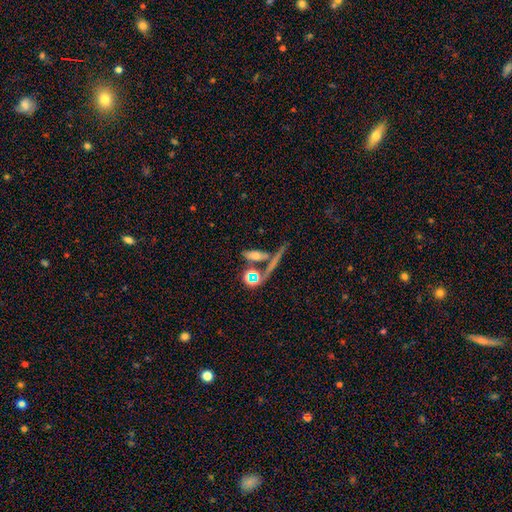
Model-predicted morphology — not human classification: A smooth galaxy with no disk features (54%) that is in between round and cigar-shaped (45%). Merging: none (49%).